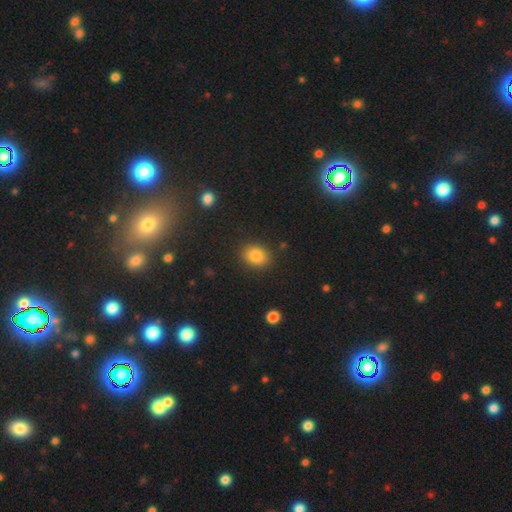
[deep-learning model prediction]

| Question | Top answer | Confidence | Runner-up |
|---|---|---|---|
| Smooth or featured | smooth | 84% | star or artifact (10%) |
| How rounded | in between | 54% | round (45%) |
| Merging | none | 87% | minor disturbance (9%) |